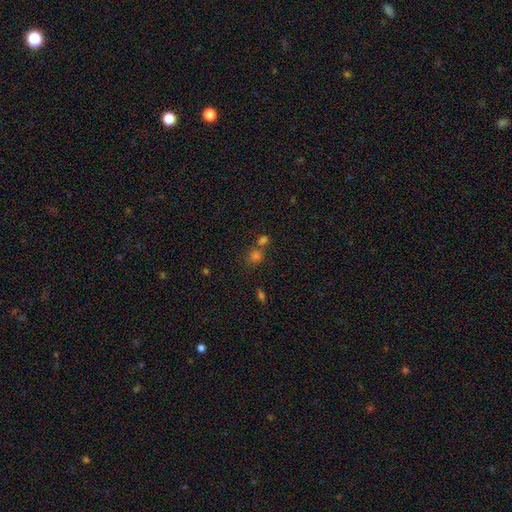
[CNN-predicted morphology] The model was most divided on "merging": none: 59%, merger: 29%, minor disturbance: 9%, major disturbance: 4%. More confident: how rounded — round (73%); smooth or featured — smooth (68%).